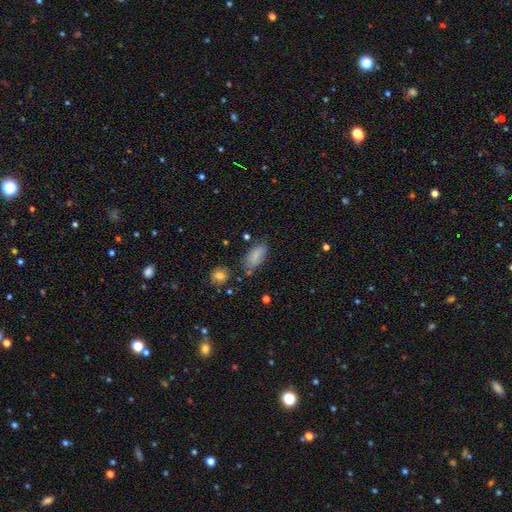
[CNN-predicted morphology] Smooth or featured: smooth — 83% (featured or disk — 9%)
How rounded: in between — 87% (cigar-shaped — 10%)
Merging: none — 68% (minor disturbance — 22%)